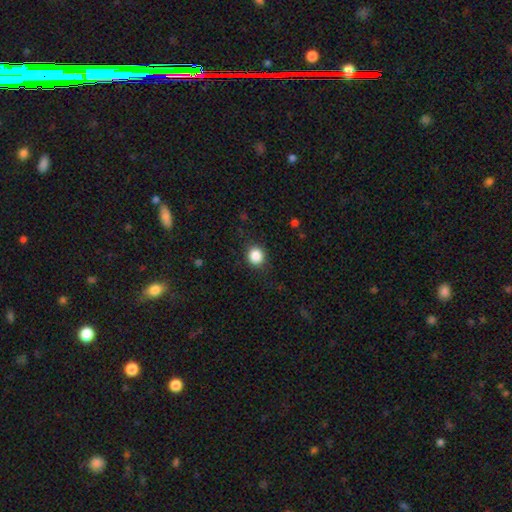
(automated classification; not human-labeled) Q: Smooth or featured?
A: smooth (87%); runner-up: star or artifact (10%)
Q: How rounded?
A: round (86%); runner-up: in between (13%)
Q: Merging?
A: none (88%); runner-up: minor disturbance (8%)